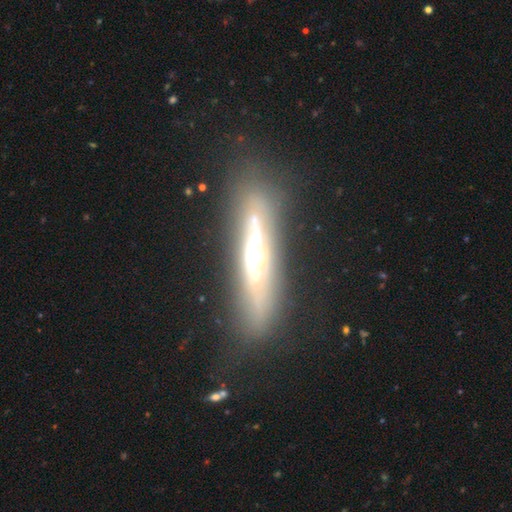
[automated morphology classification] A featured or disk galaxy (72%) viewed edge-on (80%) with a rounded central bulge (80%).

Vote fractions:
- Smooth or featured? featured or disk: 72% / smooth: 20% / star or artifact: 8%
- Edge-on disk? yes: 80% / no: 20%
- Edge-on bulge? rounded: 80% / none: 11% / boxy: 9%
- Merging? none: 76% / minor disturbance: 15% / major disturbance: 7% / merger: 3%